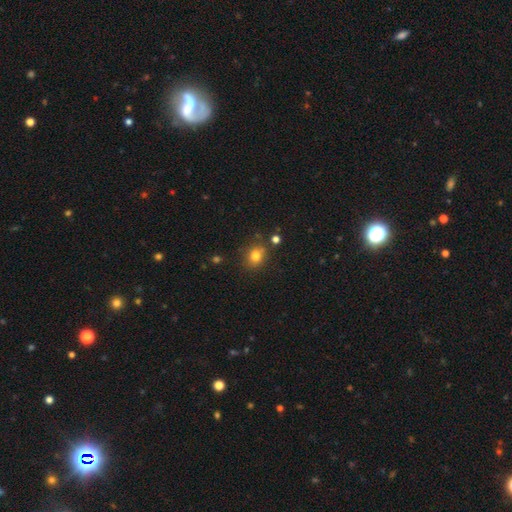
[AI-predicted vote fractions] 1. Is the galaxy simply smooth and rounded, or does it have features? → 79% smooth, 13% star or artifact, 8% featured or disk.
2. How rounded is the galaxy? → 62% round, 37% in between, 1% cigar-shaped.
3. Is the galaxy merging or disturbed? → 75% none, 14% minor disturbance, 7% merger, 4% major disturbance.